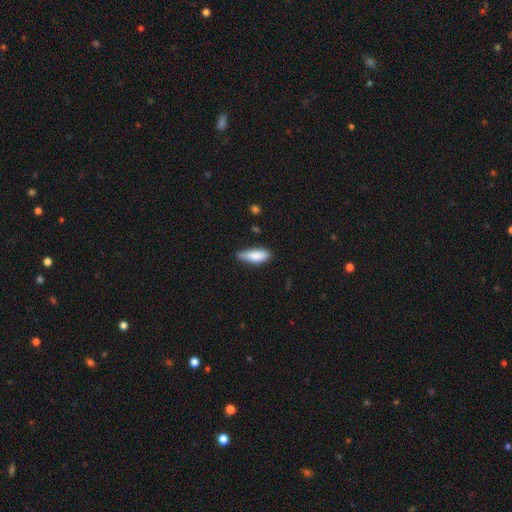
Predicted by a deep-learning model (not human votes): Q: Smooth or featured?
A: smooth (84%); runner-up: featured or disk (10%)
Q: How rounded?
A: in between (64%); runner-up: cigar-shaped (34%)
Q: Merging?
A: none (63%); runner-up: minor disturbance (30%)